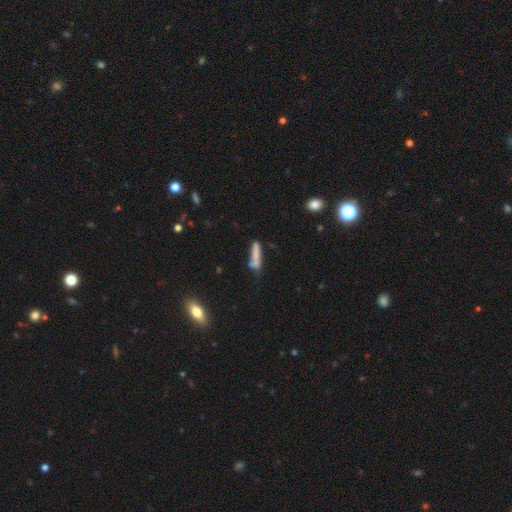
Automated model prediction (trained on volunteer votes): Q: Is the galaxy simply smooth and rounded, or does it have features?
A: smooth — 74%.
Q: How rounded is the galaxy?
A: cigar-shaped — 87%.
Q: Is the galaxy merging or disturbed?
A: none — 58%.